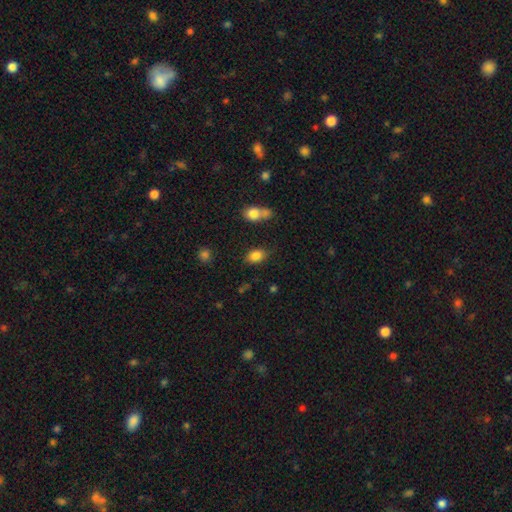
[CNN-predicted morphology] This is clearly a smooth galaxy (84%). How rounded: clearly in between (81%). Merging: likely none (74%).